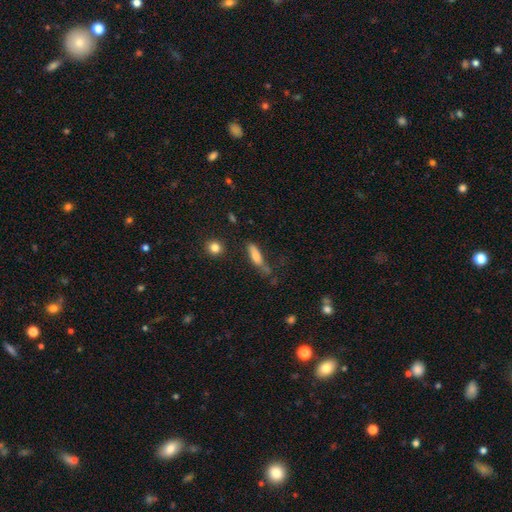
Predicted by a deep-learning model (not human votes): smooth 74%, featured or disk 18%, star or artifact 9%. Down the decision tree: how rounded — cigar-shaped (55%); merging — none (52%).